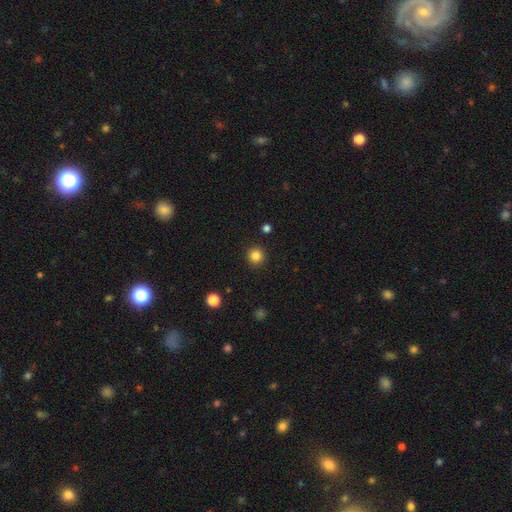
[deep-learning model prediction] Smooth or featured?
  - smooth: 84% *
  - star or artifact: 12%
  - featured or disk: 4%
How rounded?
  - round: 95% *
  - in between: 4%
  - cigar-shaped: 1%
Merging?
  - none: 93% *
  - minor disturbance: 4%
  - major disturbance: 2%
  - merger: 1%